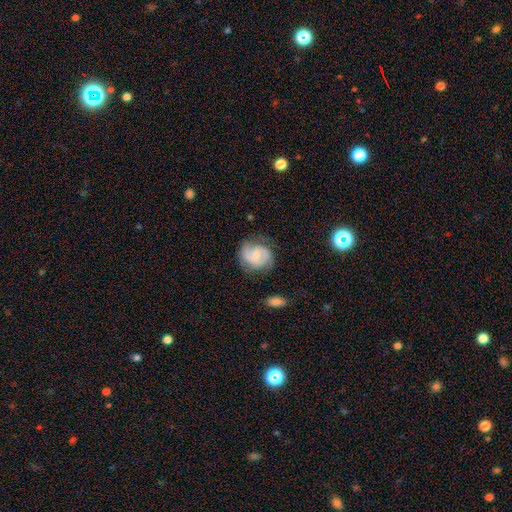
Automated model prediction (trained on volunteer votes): Overall: featured or disk (68%). Edge-on disk: no (98%). Bar: no (62%; weak 32%). Spiral arms: yes (90%). Spiral arm count: 2 (73%). Spiral winding: tight (44%; medium 41%). Bulge size: small (55%; moderate 40%). Merging: none (68%).